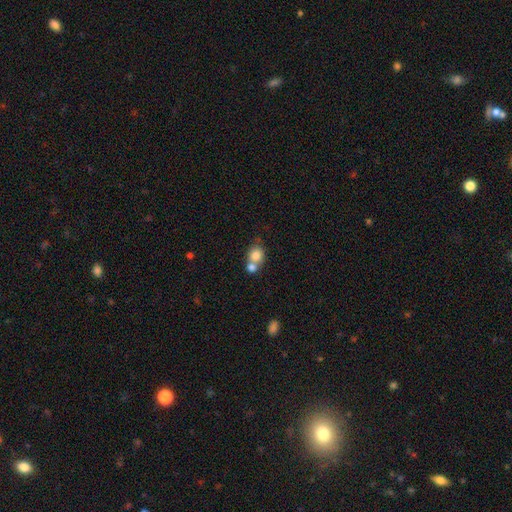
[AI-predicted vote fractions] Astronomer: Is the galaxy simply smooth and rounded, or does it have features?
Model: smooth — 81%.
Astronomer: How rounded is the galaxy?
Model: round — 72%.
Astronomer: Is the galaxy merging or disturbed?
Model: merger — 51% (runner-up: none, 37%).